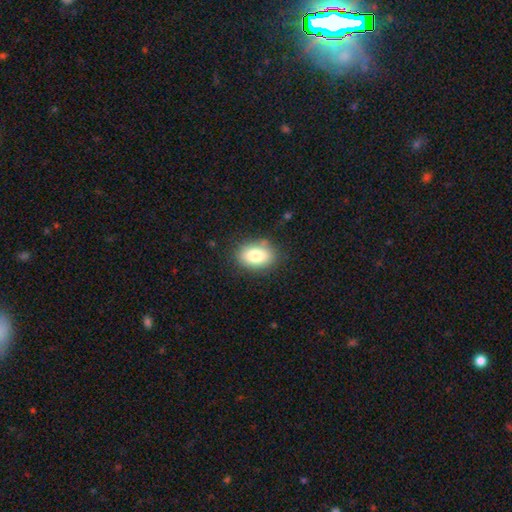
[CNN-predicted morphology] Smooth or featured?
  - smooth: 82% *
  - featured or disk: 10%
  - star or artifact: 8%
How rounded?
  - in between: 78% *
  - round: 21%
  - cigar-shaped: 1%
Merging?
  - none: 82% *
  - minor disturbance: 13%
  - major disturbance: 4%
  - merger: 2%